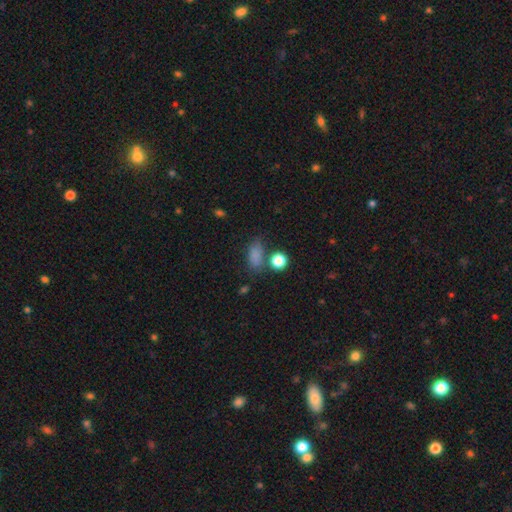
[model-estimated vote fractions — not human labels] Q: Smooth or featured?
A: smooth (80%); runner-up: star or artifact (14%)
Q: How rounded?
A: in between (75%); runner-up: round (16%)
Q: Merging?
A: none (63%); runner-up: minor disturbance (20%)